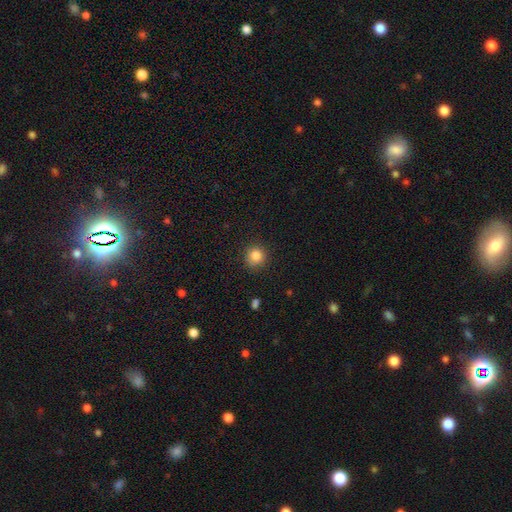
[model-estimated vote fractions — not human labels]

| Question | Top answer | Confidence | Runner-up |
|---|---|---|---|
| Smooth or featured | smooth | 84% | star or artifact (11%) |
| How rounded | round | 91% | in between (8%) |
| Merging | none | 88% | minor disturbance (9%) |